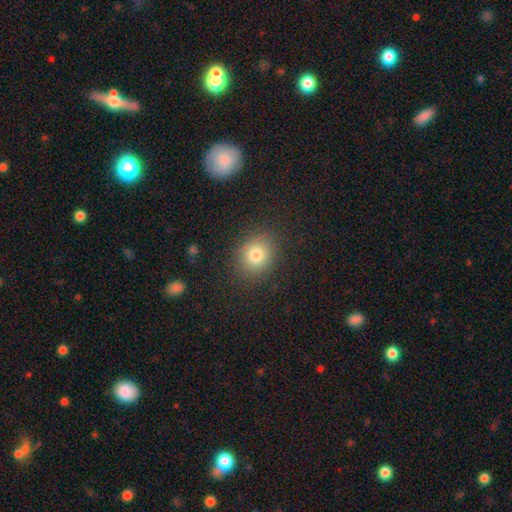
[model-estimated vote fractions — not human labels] Smooth or featured: smooth — 75% (star or artifact — 17%)
How rounded: round — 75% (in between — 24%)
Merging: none — 90% (minor disturbance — 6%)